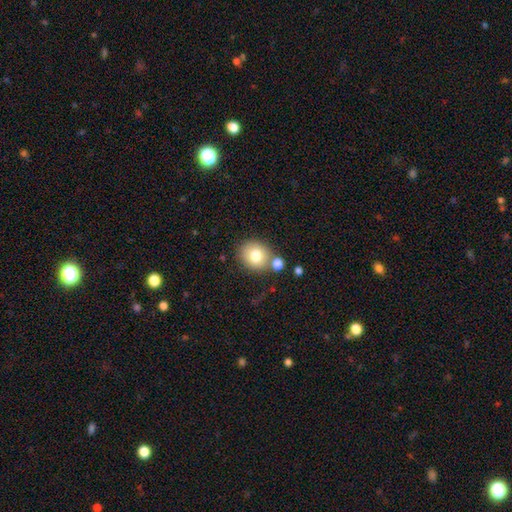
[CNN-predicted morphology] This is likely a smooth galaxy (77%). How rounded: likely round (76%). Merging: likely none (71%).